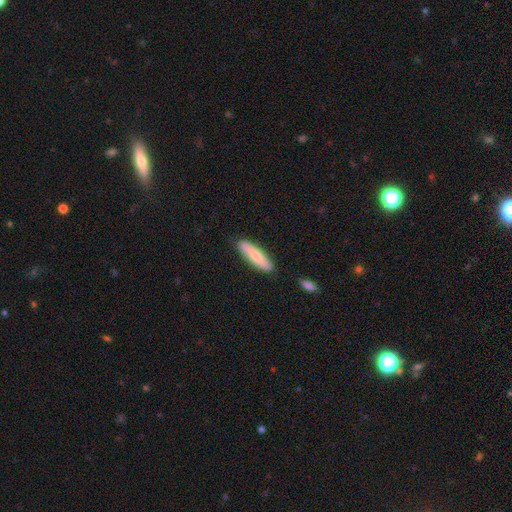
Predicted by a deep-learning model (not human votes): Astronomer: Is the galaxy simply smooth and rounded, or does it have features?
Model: smooth — 71%.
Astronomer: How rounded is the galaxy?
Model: cigar-shaped — 70%.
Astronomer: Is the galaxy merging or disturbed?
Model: none — 85%.